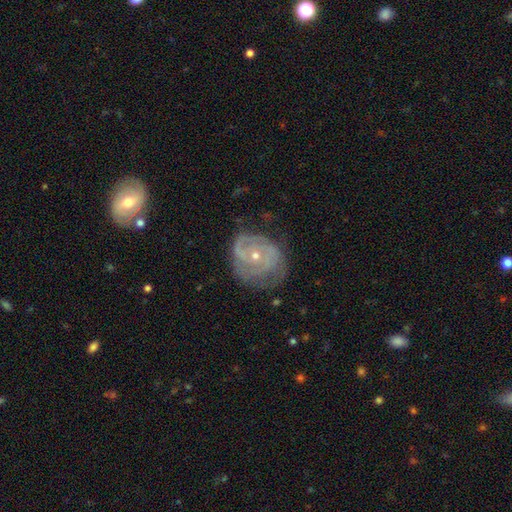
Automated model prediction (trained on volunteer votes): smooth-or-featured: featured or disk: 79% | smooth: 14% | star or artifact: 7%
  disk-edge-on: no: 97% | yes: 3%
    bar: no: 74% | weak: 21% | strong: 5%
    has-spiral-arms: yes: 87% | no: 13%
      spiral-winding: tight: 57% | medium: 32% | loose: 11%
      spiral-arm-count: 2: 34% | can't tell: 33% | 3: 17% | 1: 6% | 4: 5% | more than 4: 4%
    bulge-size: small: 62% | moderate: 36% | none: 1% | large: 1% | dominant: 1%
  merging: none: 56% | minor disturbance: 27% | major disturbance: 15% | merger: 2%